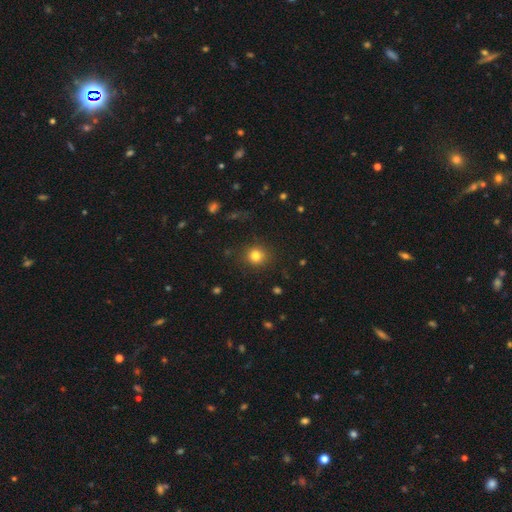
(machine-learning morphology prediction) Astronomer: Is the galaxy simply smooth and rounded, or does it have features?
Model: smooth — 81%.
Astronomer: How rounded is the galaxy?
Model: round — 89%.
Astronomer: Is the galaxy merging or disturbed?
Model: none — 88%.